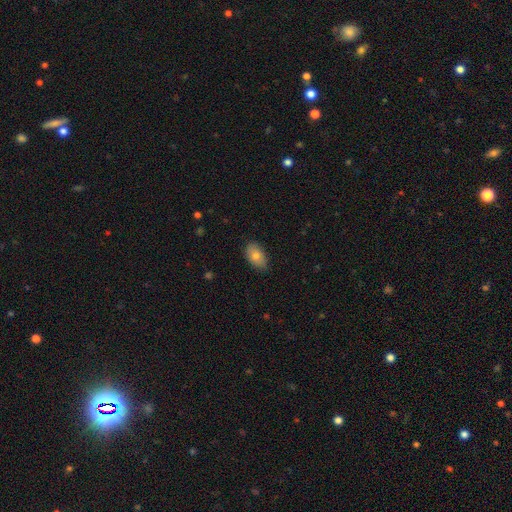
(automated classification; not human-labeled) Overall: smooth (77%). How rounded: in between (91%). Merging: none (83%).